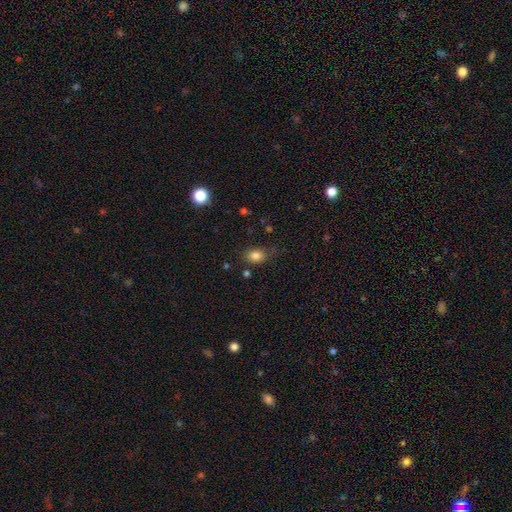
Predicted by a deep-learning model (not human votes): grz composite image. It shows a smooth galaxy with no disk features (82%) that is in between round and cigar-shaped (71%). Merging: none (76%).